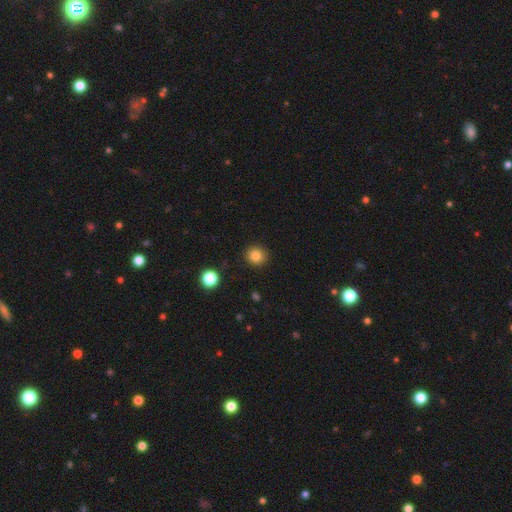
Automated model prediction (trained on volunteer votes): A smooth galaxy with no disk features (84%) that is round (91%).

Vote fractions:
- Smooth or featured? smooth: 84% / star or artifact: 11% / featured or disk: 5%
- How rounded? round: 91% / in between: 8% / cigar-shaped: 1%
- Merging? none: 91% / minor disturbance: 6% / major disturbance: 2% / merger: 1%